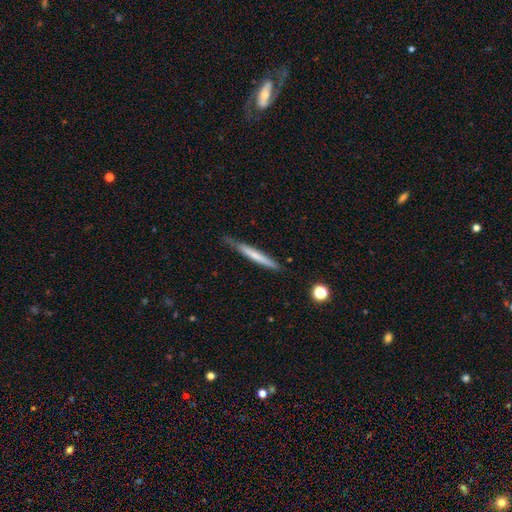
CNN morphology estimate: This is possibly a smooth galaxy (57%). How rounded: clearly cigar-shaped (96%). Merging: likely none (75%).